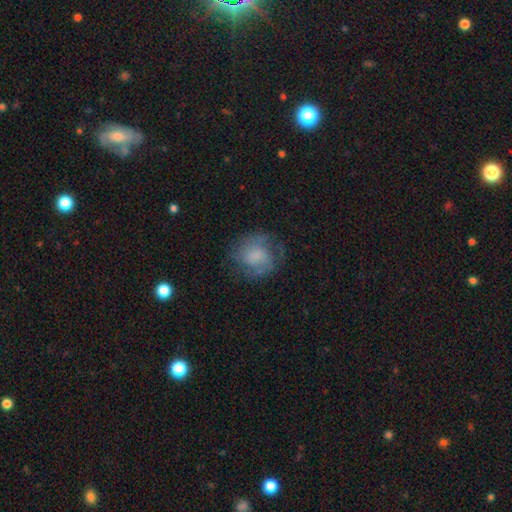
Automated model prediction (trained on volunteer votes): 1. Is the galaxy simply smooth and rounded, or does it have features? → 53% featured or disk, 38% smooth, 9% star or artifact.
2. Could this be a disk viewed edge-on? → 98% no, 2% yes.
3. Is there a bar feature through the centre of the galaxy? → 71% no, 24% weak, 5% strong.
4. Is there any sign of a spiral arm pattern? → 81% yes, 19% no.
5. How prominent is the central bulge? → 34% none, 23% large, 21% moderate, 17% small, 4% dominant.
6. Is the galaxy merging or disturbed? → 65% none, 20% minor disturbance, 14% major disturbance, 1% merger.